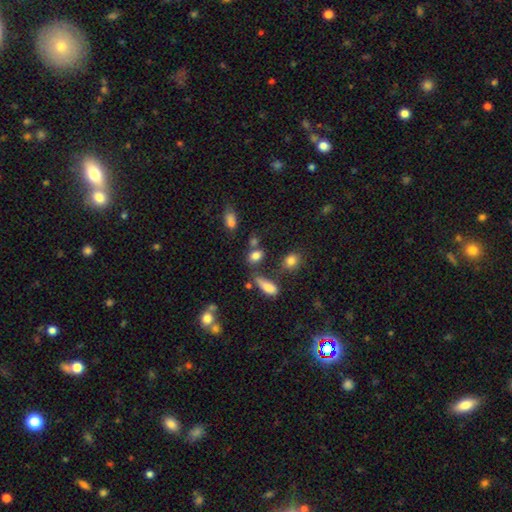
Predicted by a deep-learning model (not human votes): Overall: smooth (79%). How rounded: in between (72%). Merging: none (58%; merger 20%).